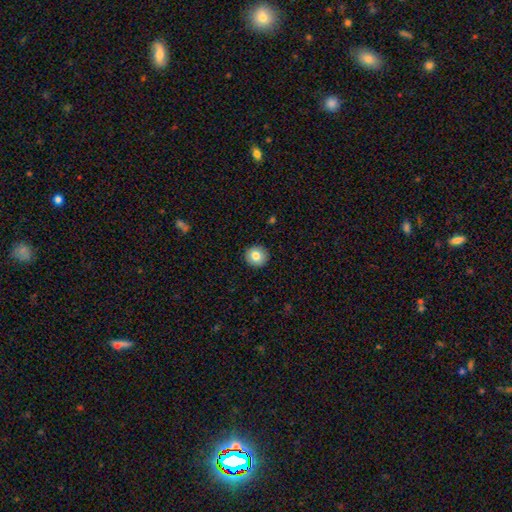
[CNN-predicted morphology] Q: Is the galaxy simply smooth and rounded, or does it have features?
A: smooth — 82%.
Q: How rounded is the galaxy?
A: round — 92%.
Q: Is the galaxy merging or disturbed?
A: none — 92%.